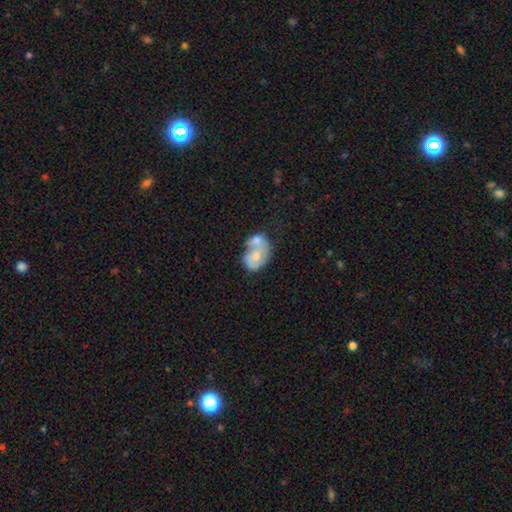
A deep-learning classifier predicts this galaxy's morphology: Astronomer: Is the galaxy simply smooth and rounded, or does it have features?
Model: smooth — 49% (runner-up: featured or disk, 45%).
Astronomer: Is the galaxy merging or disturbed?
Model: merger — 65%.